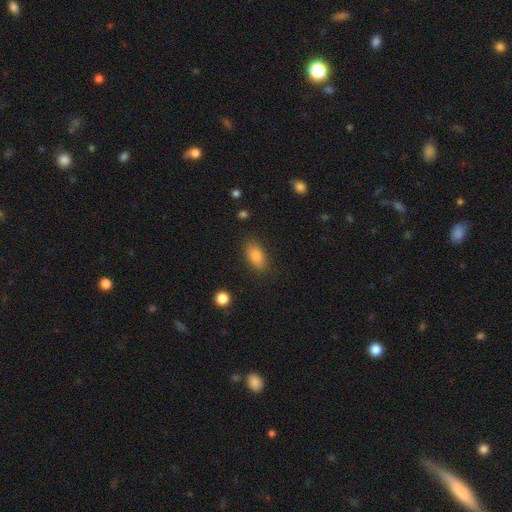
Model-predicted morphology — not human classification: type=smooth (84%); roundness=in between (89%); merging=none (84%).